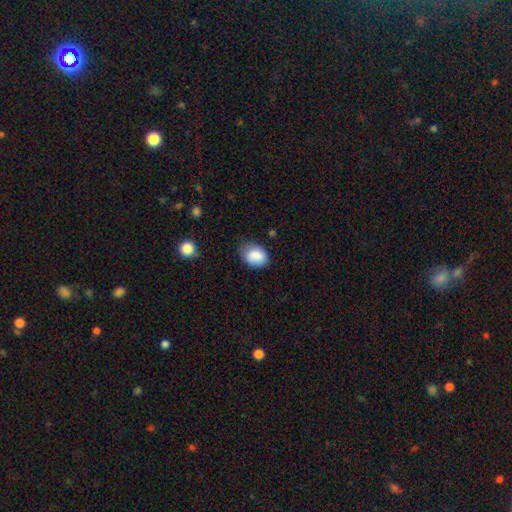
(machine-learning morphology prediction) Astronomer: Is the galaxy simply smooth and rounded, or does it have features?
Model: smooth — 85%.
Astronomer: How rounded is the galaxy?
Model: in between — 70%.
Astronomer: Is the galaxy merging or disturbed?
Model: none — 64%.